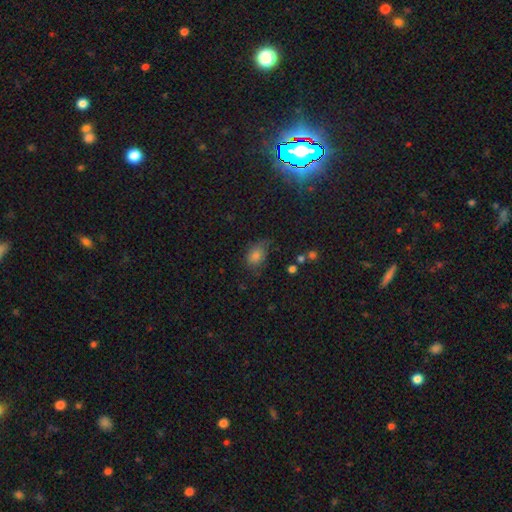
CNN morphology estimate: Smooth or featured?
  - smooth: 70% *
  - star or artifact: 20%
  - featured or disk: 10%
How rounded?
  - in between: 71% *
  - round: 27%
  - cigar-shaped: 2%
Merging?
  - none: 58% *
  - minor disturbance: 29%
  - major disturbance: 10%
  - merger: 2%